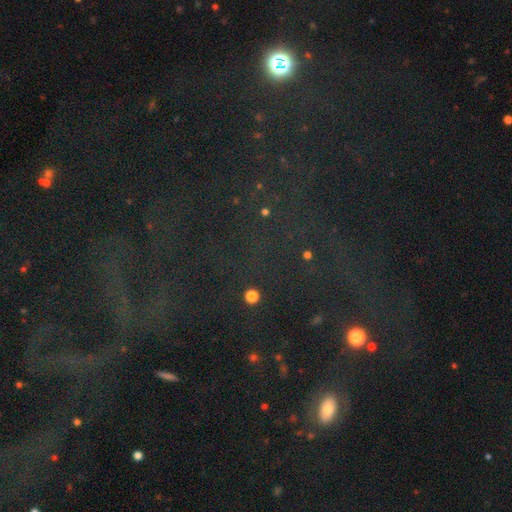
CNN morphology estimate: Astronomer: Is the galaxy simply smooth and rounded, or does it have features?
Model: star or artifact — 74%.